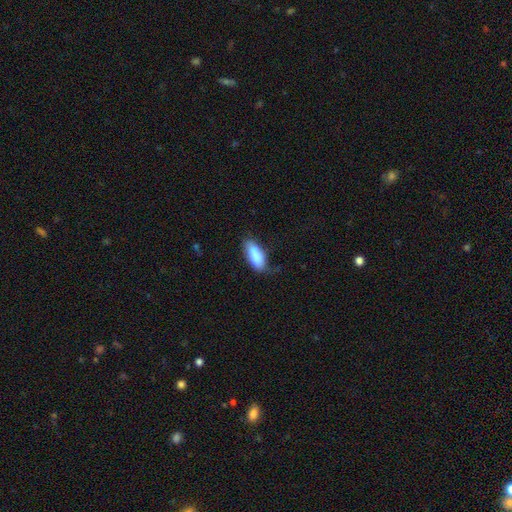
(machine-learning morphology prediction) Smooth or featured? smooth (85%)
How rounded? in between (74%)
Merging? none (58%)